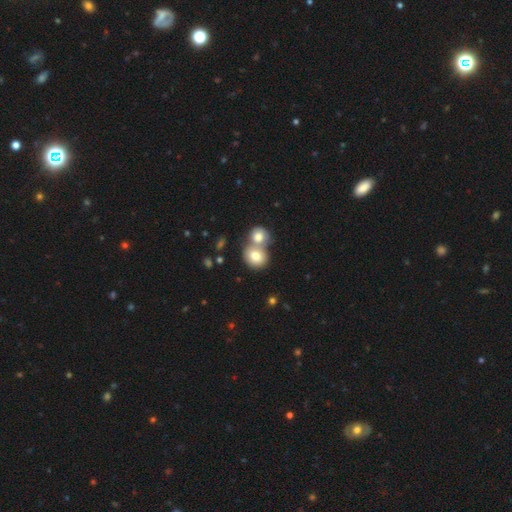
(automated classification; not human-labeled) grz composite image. It shows a smooth galaxy with no disk features (77%) that is round (71%). Merging: merger (61%).